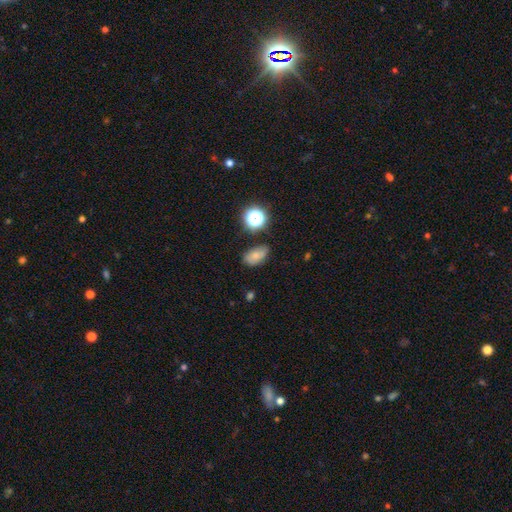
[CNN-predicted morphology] Q: Smooth or featured?
A: smooth (70%); runner-up: featured or disk (16%)
Q: How rounded?
A: in between (85%); runner-up: round (13%)
Q: Merging?
A: none (67%); runner-up: minor disturbance (24%)